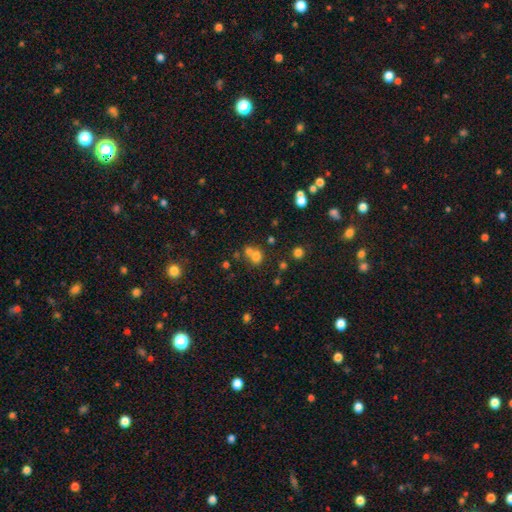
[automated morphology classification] This is likely a smooth galaxy (66%). How rounded: likely round (65%). Merging: possibly merger (49%).